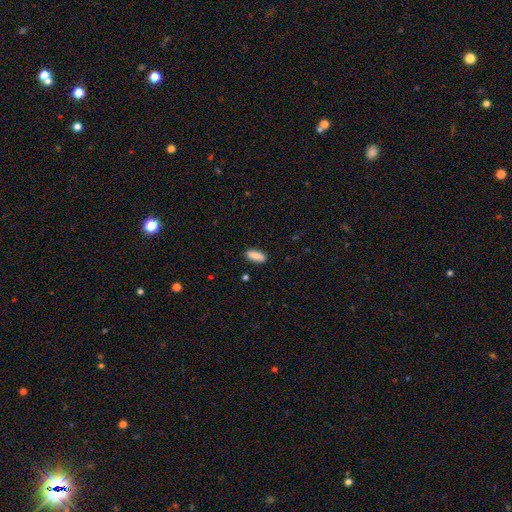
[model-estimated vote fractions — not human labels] Smooth or featured? smooth (88%)
How rounded? in between (73%)
Merging? none (88%)